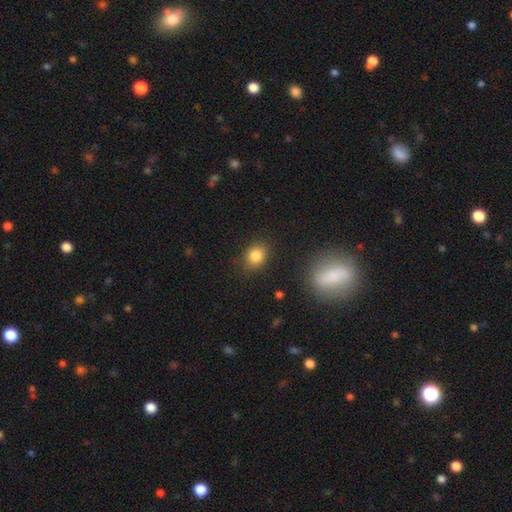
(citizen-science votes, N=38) Smooth or featured?
  - smooth: 95% *
  - star or artifact: 5%
  - featured or disk: 0%
How rounded?
  - round: 53% *
  - in between: 44%
  - cigar-shaped: 3%
Merging?
  - none: 83% *
  - minor disturbance: 11%
  - major disturbance: 6%
  - merger: 0%